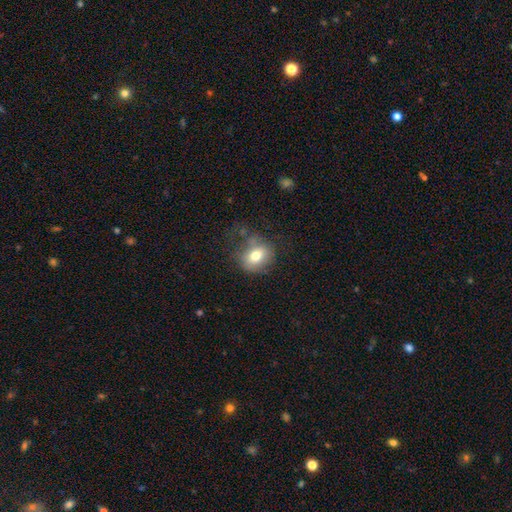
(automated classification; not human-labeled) smooth 73%, featured or disk 16%, star or artifact 10%. Down the decision tree: how rounded — round (56%); merging — none (55%).